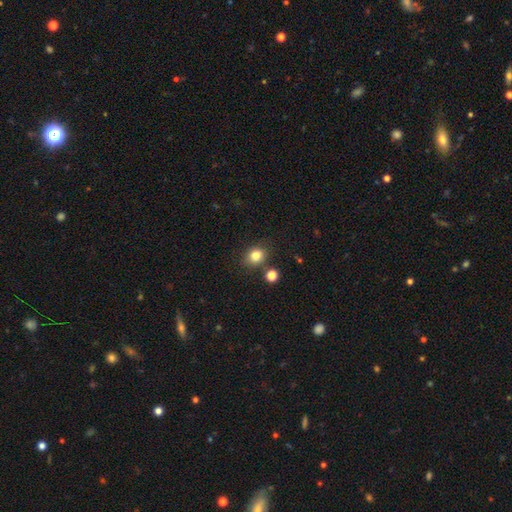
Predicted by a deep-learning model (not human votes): This is clearly a smooth galaxy (80%). How rounded: likely round (61%). Merging: likely none (78%).